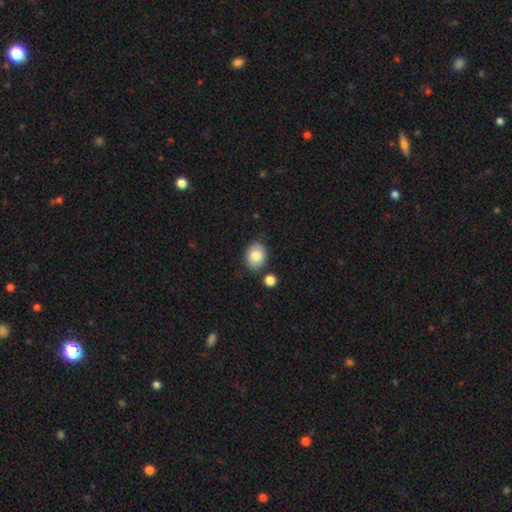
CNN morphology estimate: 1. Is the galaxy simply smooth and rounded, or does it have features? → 82% smooth, 10% featured or disk, 8% star or artifact.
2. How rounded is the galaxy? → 59% in between, 40% round, 1% cigar-shaped.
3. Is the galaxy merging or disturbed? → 79% none, 12% minor disturbance, 6% merger, 3% major disturbance.